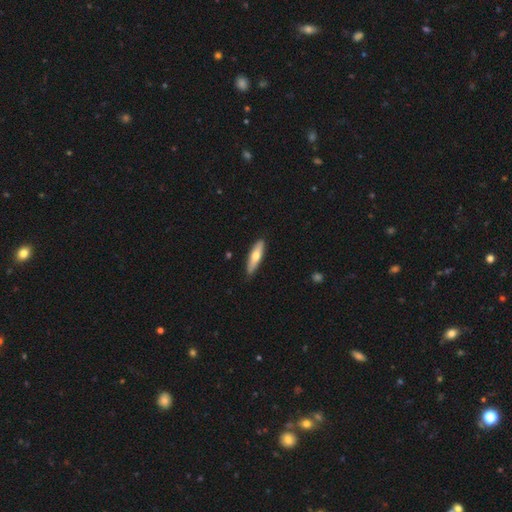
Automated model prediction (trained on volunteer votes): Smooth or featured?
  - smooth: 59% *
  - featured or disk: 36%
  - star or artifact: 5%
How rounded?
  - cigar-shaped: 70% *
  - in between: 28%
  - round: 2%
Merging?
  - none: 86% *
  - minor disturbance: 11%
  - major disturbance: 2%
  - merger: 1%